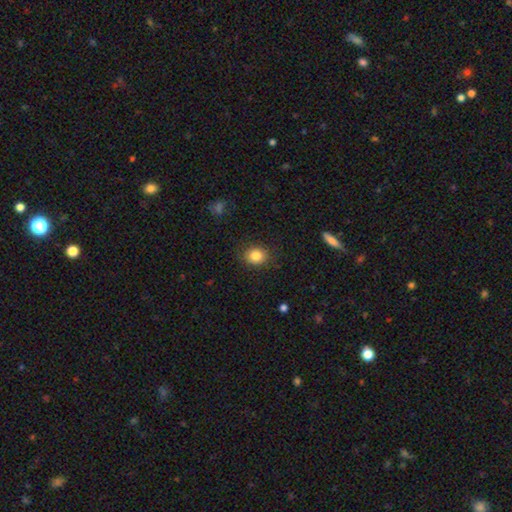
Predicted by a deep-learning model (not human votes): A smooth galaxy with no disk features (84%) that is round (68%). Merging: none (86%).